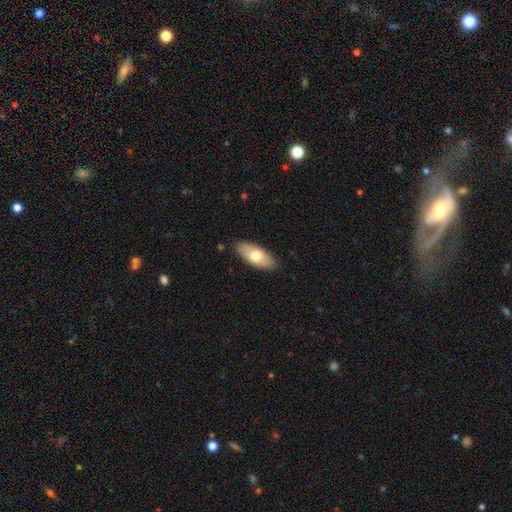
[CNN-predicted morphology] Smooth or featured?
  - smooth: 72% *
  - featured or disk: 23%
  - star or artifact: 6%
How rounded?
  - in between: 85% *
  - cigar-shaped: 12%
  - round: 2%
Merging?
  - none: 86% *
  - minor disturbance: 11%
  - major disturbance: 2%
  - merger: 1%